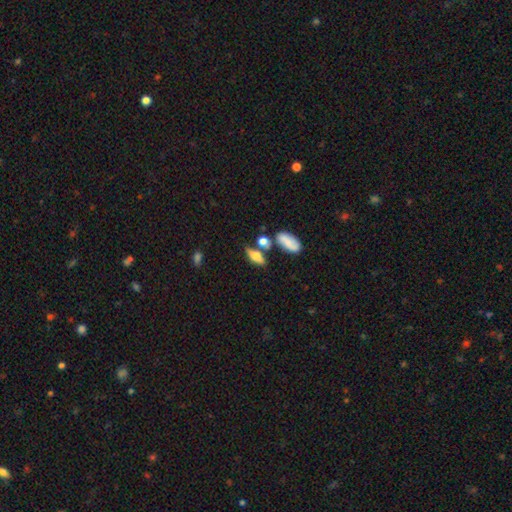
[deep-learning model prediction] The model was most divided on "smooth or featured": smooth: 55%, featured or disk: 35%, star or artifact: 10%. More confident: how rounded — in between (63%); merging — none (61%).